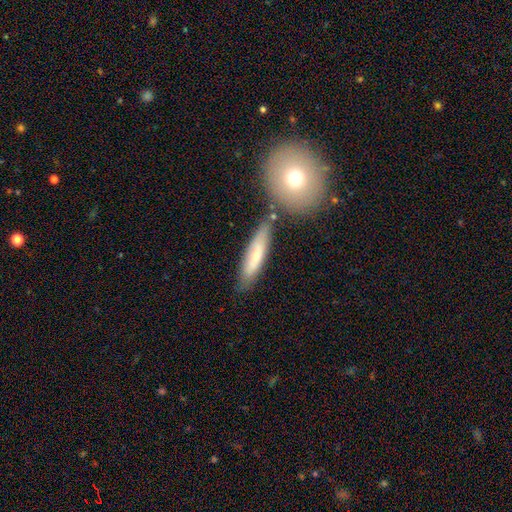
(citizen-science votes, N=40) smooth_or_featured: smooth (p=0.70) [alt: featured or disk p=0.23]
how_rounded: cigar-shaped (p=0.96) [alt: in between p=0.04]
merging: none (p=0.78) [alt: minor disturbance p=0.14]